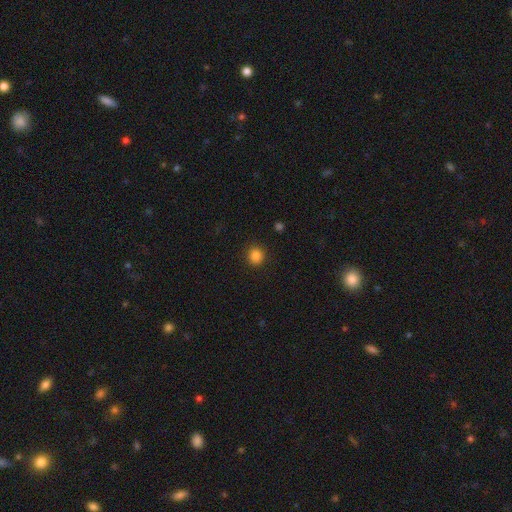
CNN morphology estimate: This appears to be a smooth galaxy with no disk features (84%) that is round (91%). Merging: none (91%).